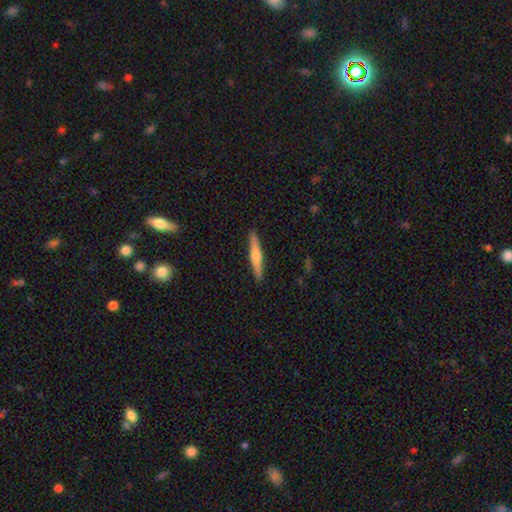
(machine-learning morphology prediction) smooth_or_featured: featured or disk (p=0.51) [alt: smooth p=0.44]
disk_edge_on: yes (p=0.97) [alt: no p=0.03]
merging: none (p=0.91) [alt: minor disturbance p=0.06]